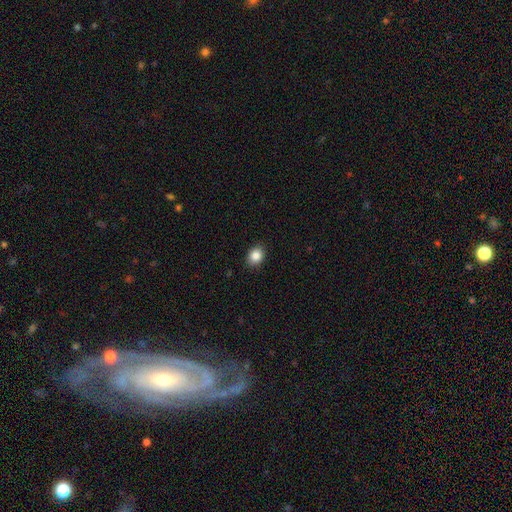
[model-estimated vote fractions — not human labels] This is clearly a smooth galaxy (86%). How rounded: possibly round (50%). Merging: clearly none (89%).